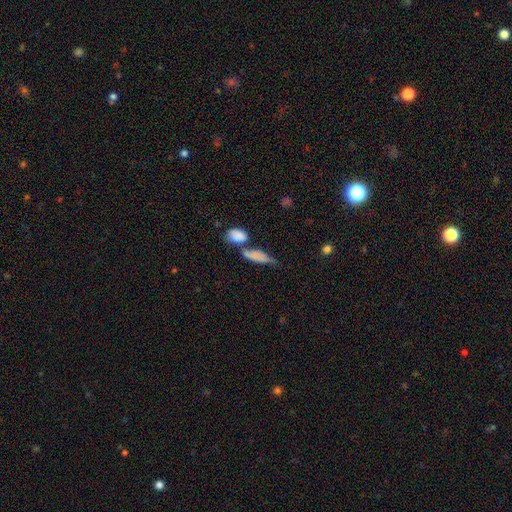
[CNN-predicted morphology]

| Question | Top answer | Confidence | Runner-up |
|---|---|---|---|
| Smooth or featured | smooth | 75% | featured or disk (17%) |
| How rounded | in between | 53% | cigar-shaped (42%) |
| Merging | merger | 39% | none (37%) |